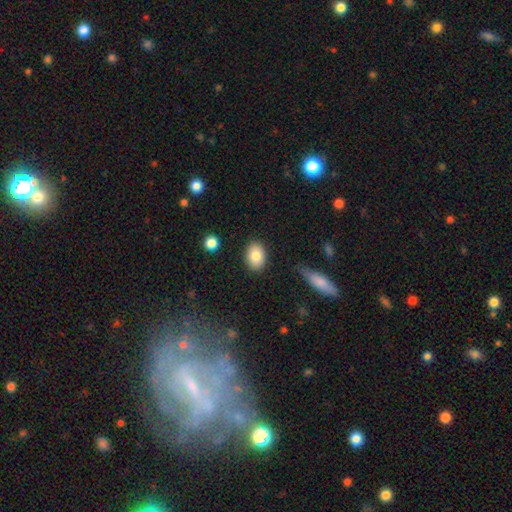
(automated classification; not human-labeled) Smooth or featured: smooth — 85% (featured or disk — 8%)
How rounded: in between — 81% (round — 18%)
Merging: none — 86% (minor disturbance — 10%)